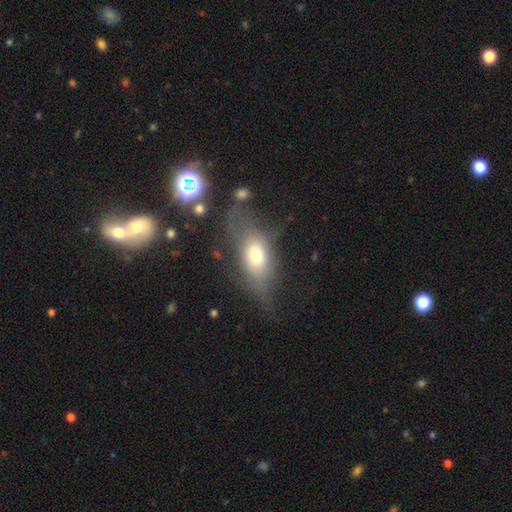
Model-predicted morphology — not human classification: Q: Smooth or featured?
A: smooth (60%); runner-up: featured or disk (29%)
Q: How rounded?
A: in between (74%); runner-up: round (16%)
Q: Merging?
A: none (40%); runner-up: major disturbance (32%)